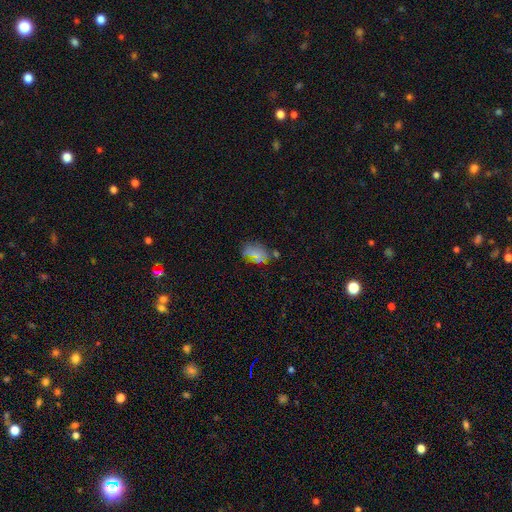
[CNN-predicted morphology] A smooth galaxy with no disk features (56%) that is in between round and cigar-shaped (79%).

Vote fractions:
- Smooth or featured? smooth: 56% / star or artifact: 33% / featured or disk: 11%
- How rounded? in between: 79% / round: 18% / cigar-shaped: 3%
- Merging? none: 67% / minor disturbance: 19% / major disturbance: 8% / merger: 6%